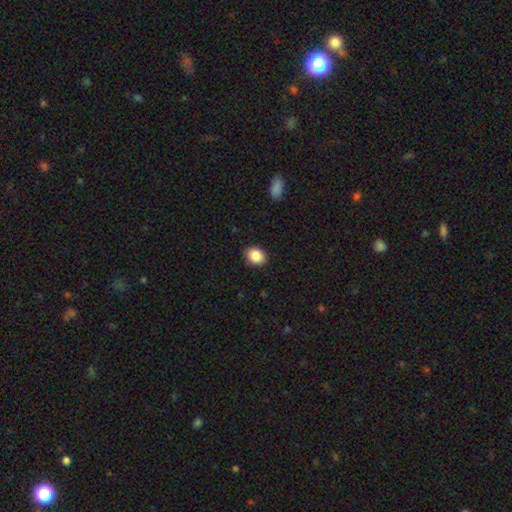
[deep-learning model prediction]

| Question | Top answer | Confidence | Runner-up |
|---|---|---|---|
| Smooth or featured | smooth | 87% | star or artifact (8%) |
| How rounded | in between | 54% | round (46%) |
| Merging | none | 89% | minor disturbance (8%) |